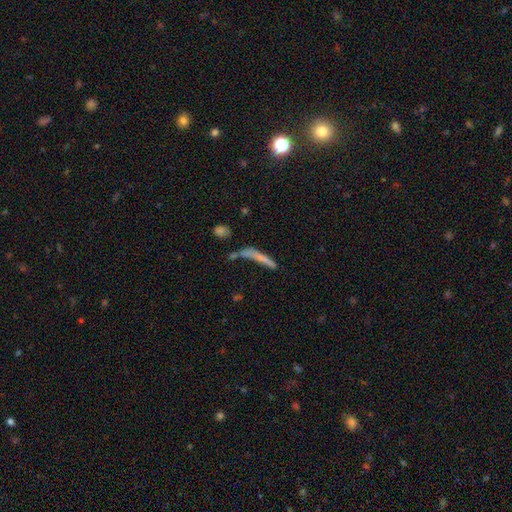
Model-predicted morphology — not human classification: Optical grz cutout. It shows a smooth galaxy with no disk features (58%) that is cigar-shaped (89%). Merging: none (43%).